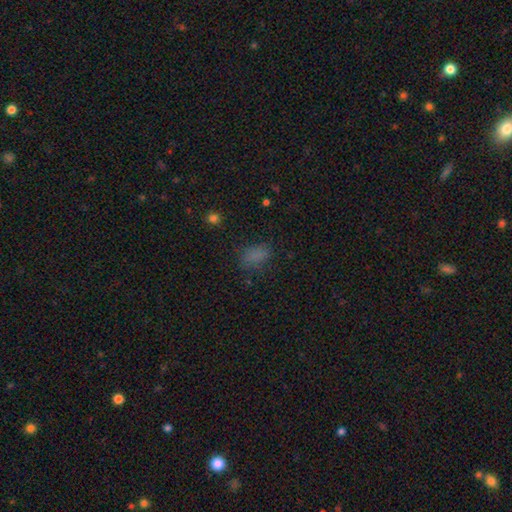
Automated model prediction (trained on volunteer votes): Smooth or featured: smooth — 75% (star or artifact — 18%)
How rounded: in between — 86% (round — 10%)
Merging: none — 69% (minor disturbance — 19%)